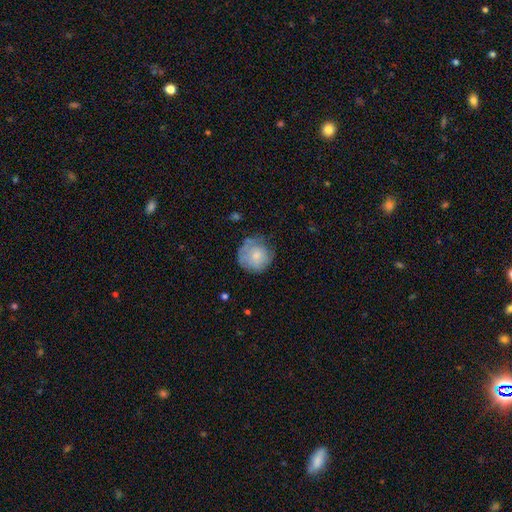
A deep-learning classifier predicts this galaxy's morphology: Q: Smooth or featured?
A: smooth (67%); runner-up: featured or disk (25%)
Q: How rounded?
A: round (90%); runner-up: in between (9%)
Q: Merging?
A: none (62%); runner-up: minor disturbance (26%)